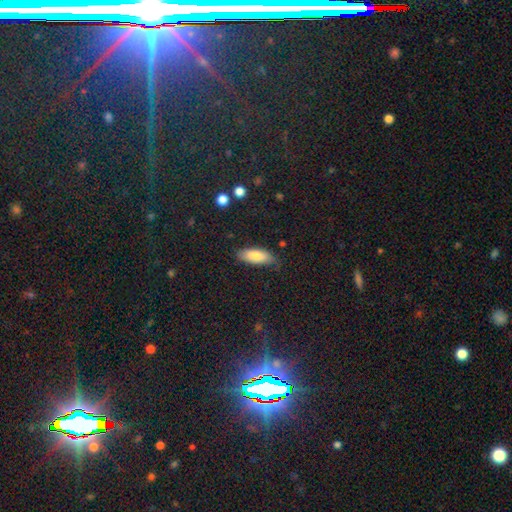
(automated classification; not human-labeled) smooth 81%, featured or disk 12%, star or artifact 7%. Down the decision tree: how rounded — in between (76%); merging — none (78%).